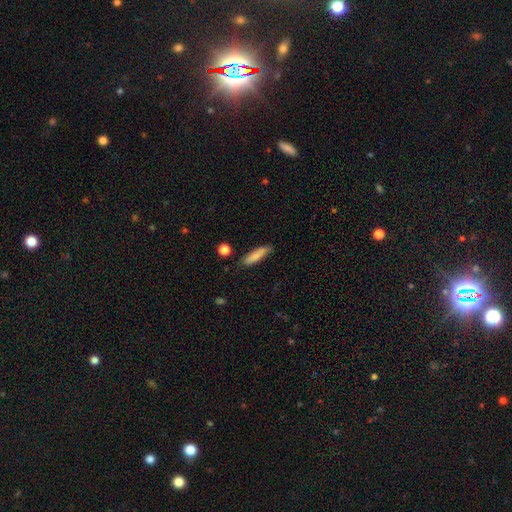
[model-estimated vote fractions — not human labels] Morphology: type=smooth (83%); roundness=cigar-shaped (72%); merging=none (78%).